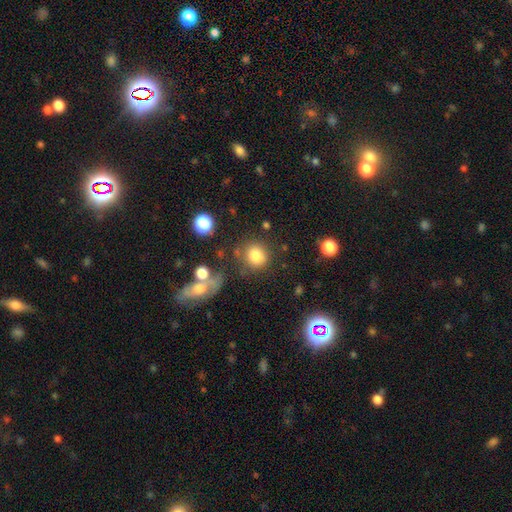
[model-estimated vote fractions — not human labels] smooth_or_featured: smooth (p=0.81) [alt: star or artifact p=0.11]
how_rounded: round (p=0.79) [alt: in between p=0.20]
merging: none (p=0.70) [alt: minor disturbance p=0.14]